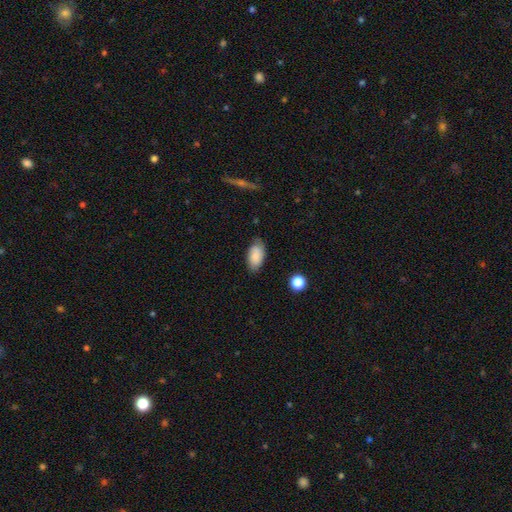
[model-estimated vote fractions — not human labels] This is likely a smooth galaxy (78%). How rounded: clearly in between (93%). Merging: likely none (73%).